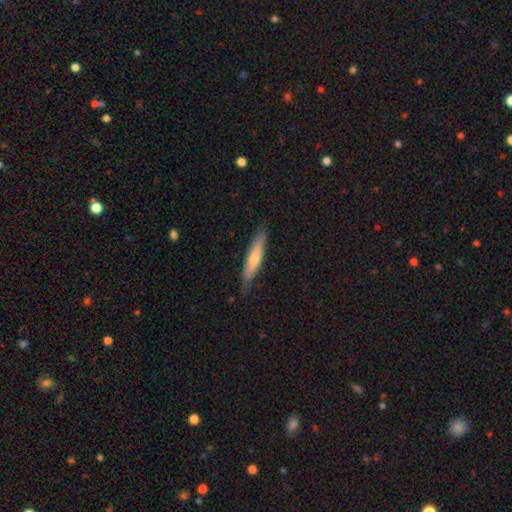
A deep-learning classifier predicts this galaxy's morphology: A smooth galaxy with no disk features (52%) that is cigar-shaped (89%).

Vote fractions:
- Smooth or featured? smooth: 52% / featured or disk: 42% / star or artifact: 6%
- How rounded? cigar-shaped: 89% / in between: 10% / round: 1%
- Merging? none: 82% / minor disturbance: 14% / major disturbance: 2% / merger: 1%